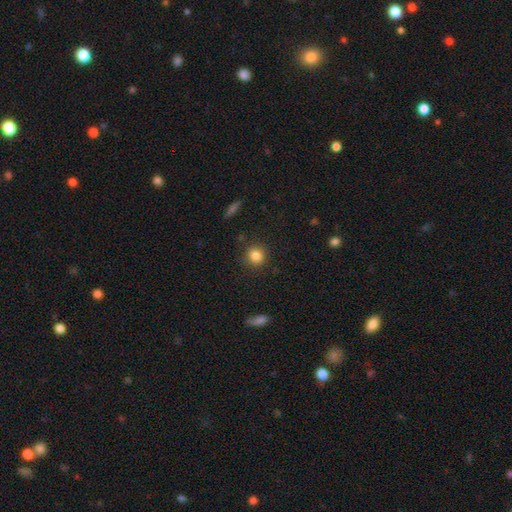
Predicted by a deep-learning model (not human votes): This is clearly a smooth galaxy (85%). How rounded: clearly round (88%). Merging: clearly none (87%).